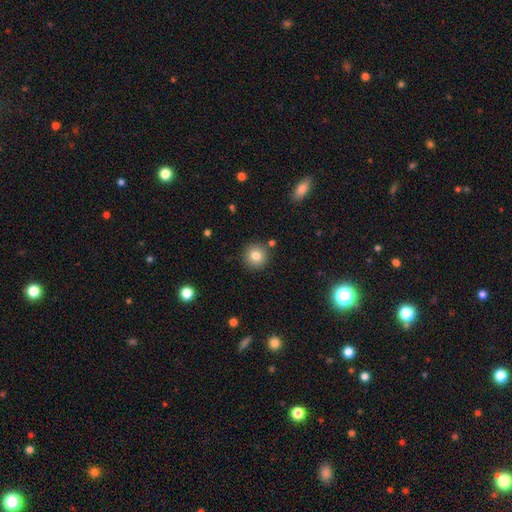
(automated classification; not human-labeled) A smooth galaxy with no disk features (81%) that is round (94%).

Vote fractions:
- Smooth or featured? smooth: 81% / star or artifact: 11% / featured or disk: 8%
- How rounded? round: 94% / in between: 5% / cigar-shaped: 1%
- Merging? none: 87% / minor disturbance: 7% / merger: 4% / major disturbance: 2%